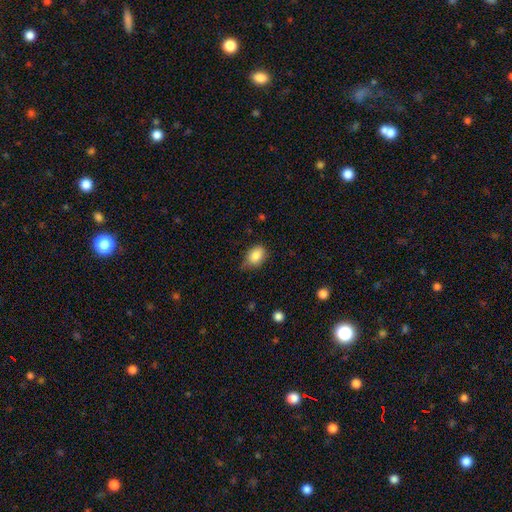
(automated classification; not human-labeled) This is clearly a smooth galaxy (86%). How rounded: likely in between (76%). Merging: likely none (66%).